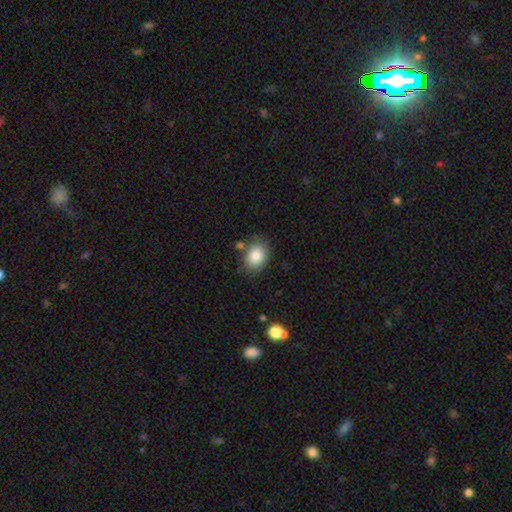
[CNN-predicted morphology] smooth-or-featured: smooth: 85% | star or artifact: 8% | featured or disk: 6%
  how-rounded: in between: 61% | round: 38% | cigar-shaped: 1%
  merging: none: 77% | minor disturbance: 14% | merger: 5% | major disturbance: 4%